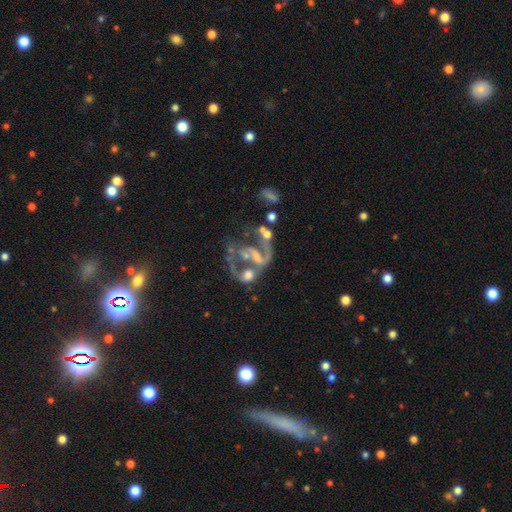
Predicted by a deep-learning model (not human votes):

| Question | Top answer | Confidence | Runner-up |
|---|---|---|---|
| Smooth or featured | featured or disk | 79% | star or artifact (11%) |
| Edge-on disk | no | 98% | yes (2%) |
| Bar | no | 45% | weak (34%) |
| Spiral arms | yes | 74% | no (26%) |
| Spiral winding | loose | 51% | medium (37%) |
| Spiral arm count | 2 | 64% | 1 (23%) |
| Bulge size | small | 35% | none (33%) |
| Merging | merger | 39% | major disturbance (27%) |